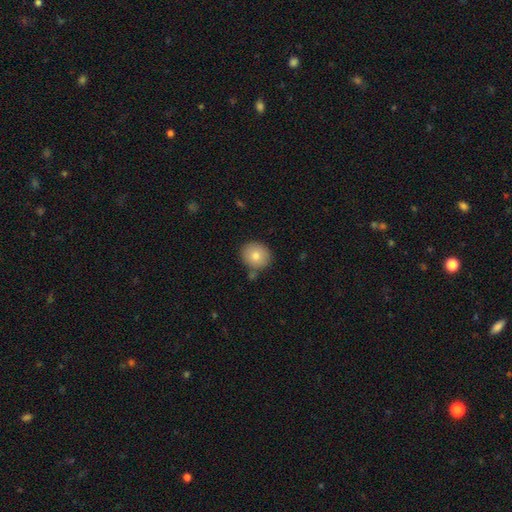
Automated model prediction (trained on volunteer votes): This is likely a smooth galaxy (78%). How rounded: likely round (77%). Merging: likely none (79%).